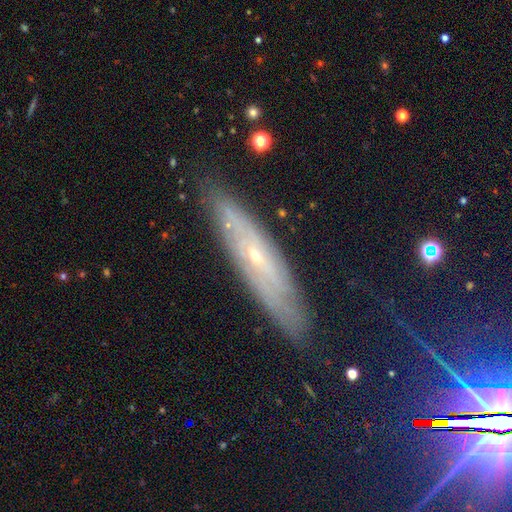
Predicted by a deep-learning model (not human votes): This appears to be a featured or disk galaxy (73%). Merging: none (82%).